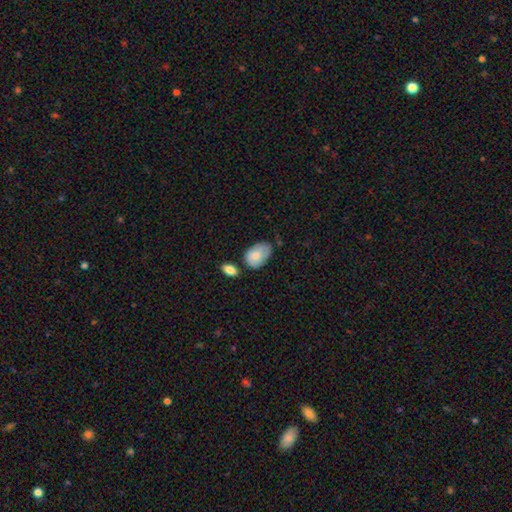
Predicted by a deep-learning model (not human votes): This is likely a smooth galaxy (76%). How rounded: clearly in between (89%). Merging: possibly none (46%).